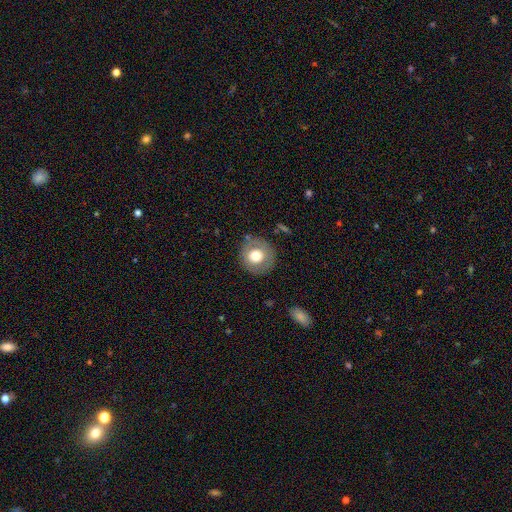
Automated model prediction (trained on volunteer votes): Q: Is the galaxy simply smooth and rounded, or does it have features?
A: smooth — 68%.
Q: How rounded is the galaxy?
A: round — 92%.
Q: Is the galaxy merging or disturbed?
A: none — 85%.